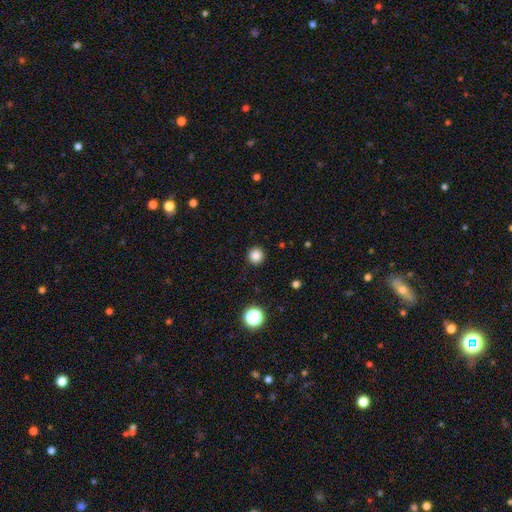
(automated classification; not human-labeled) This is clearly a smooth galaxy (84%). How rounded: clearly round (95%). Merging: clearly none (92%).